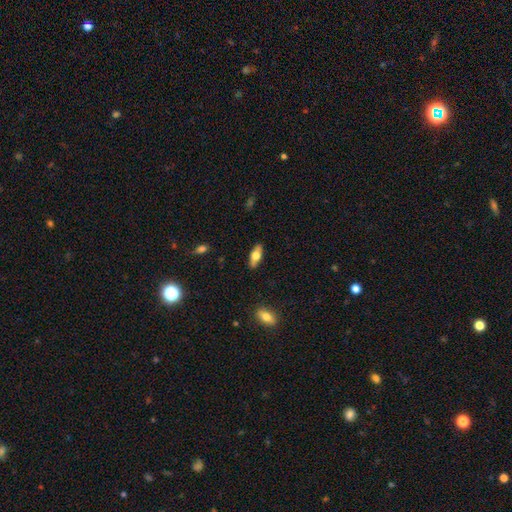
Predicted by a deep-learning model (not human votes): This is possibly a smooth galaxy (56%). How rounded: likely in between (70%). Merging: clearly none (87%).